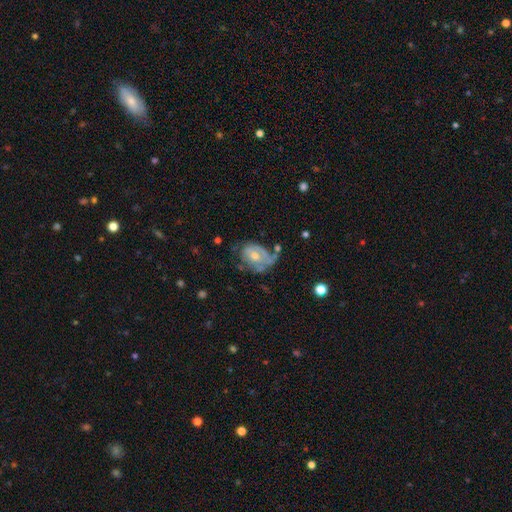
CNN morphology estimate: Smooth or featured? Predicted: featured or disk (p=0.59). Edge-on disk? Predicted: no (p=0.96). Bar? Predicted: no (p=0.73). Spiral arms? Predicted: yes (p=0.58). Bulge size? Predicted: moderate (p=0.59). Merging? Predicted: none (p=0.36).